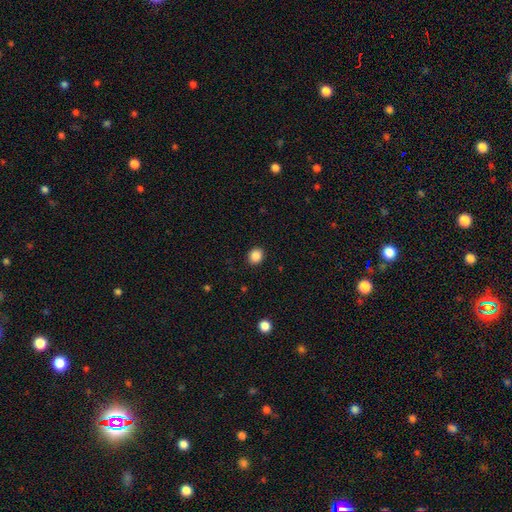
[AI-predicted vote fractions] A smooth galaxy with no disk features (87%) that is round (72%).

Vote fractions:
- Smooth or featured? smooth: 87% / star or artifact: 10% / featured or disk: 3%
- How rounded? round: 72% / in between: 28% / cigar-shaped: 1%
- Merging? none: 91% / minor disturbance: 6% / major disturbance: 2% / merger: 1%